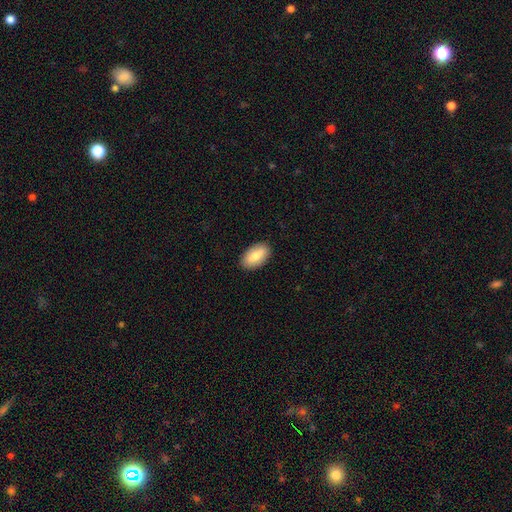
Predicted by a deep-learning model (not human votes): Overall: smooth (79%). How rounded: in between (94%). Merging: none (89%).